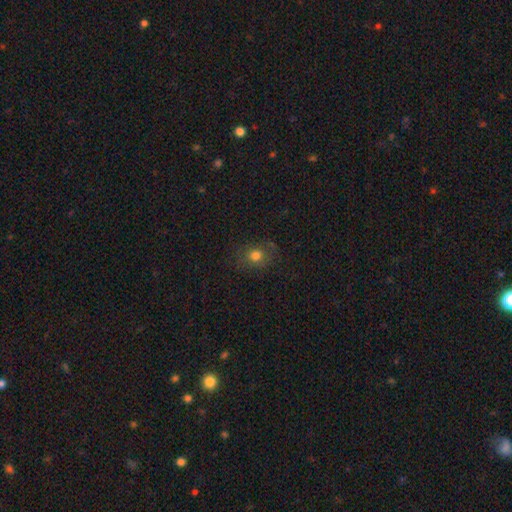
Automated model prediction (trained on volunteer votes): Q: Smooth or featured?
A: smooth (73%); runner-up: star or artifact (15%)
Q: How rounded?
A: round (58%); runner-up: in between (41%)
Q: Merging?
A: none (75%); runner-up: minor disturbance (17%)